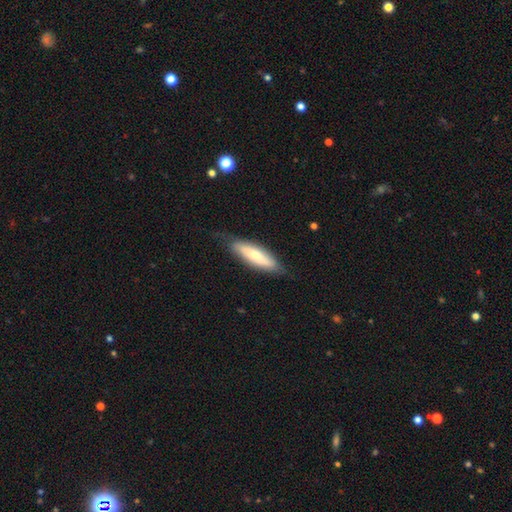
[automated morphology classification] Smooth or featured? smooth (63%)
How rounded? cigar-shaped (51%)
Merging? none (73%)